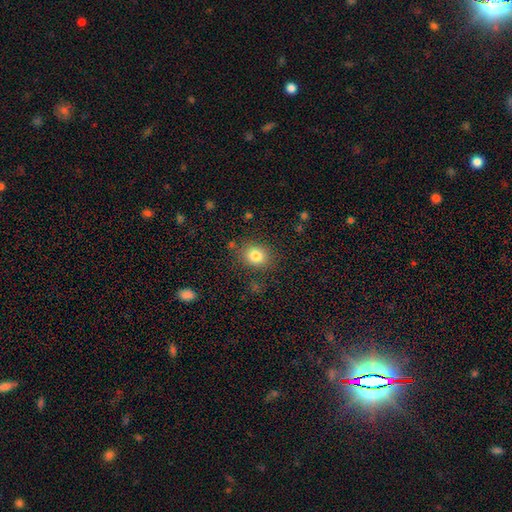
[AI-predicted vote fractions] A smooth galaxy with no disk features (82%) that is round (54%). Merging: none (82%).